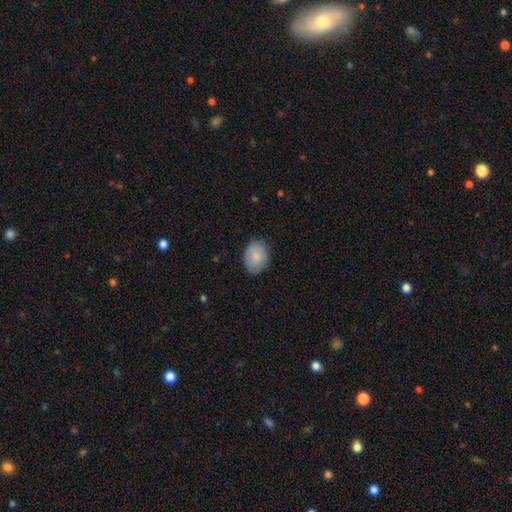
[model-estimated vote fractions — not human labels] smooth 82%, featured or disk 11%, star or artifact 6%. Down the decision tree: how rounded — in between (69%); merging — none (82%).